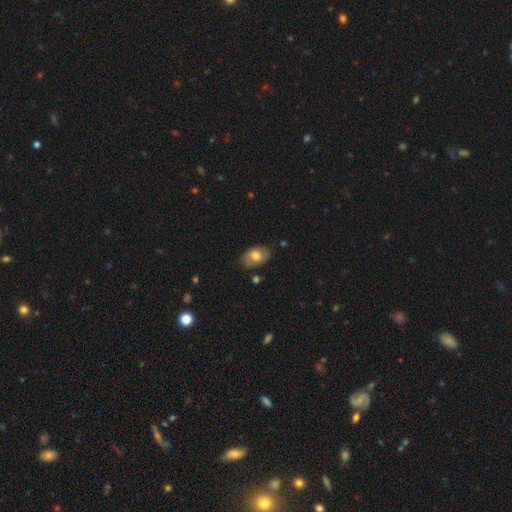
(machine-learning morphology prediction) Smooth or featured: smooth — 73% (featured or disk — 19%)
How rounded: in between — 87% (round — 11%)
Merging: none — 75% (minor disturbance — 19%)